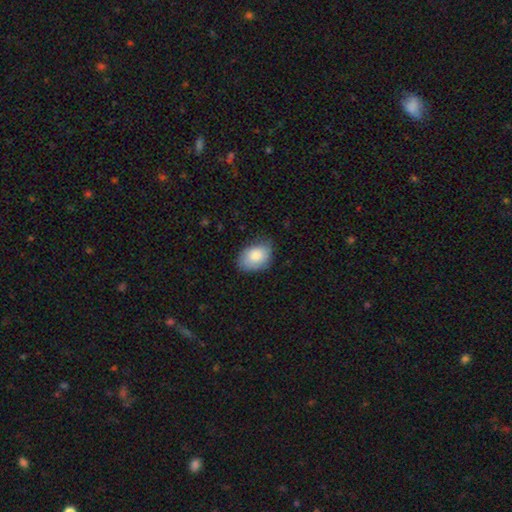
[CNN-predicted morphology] Smooth or featured? smooth (83%)
How rounded? in between (83%)
Merging? none (68%)